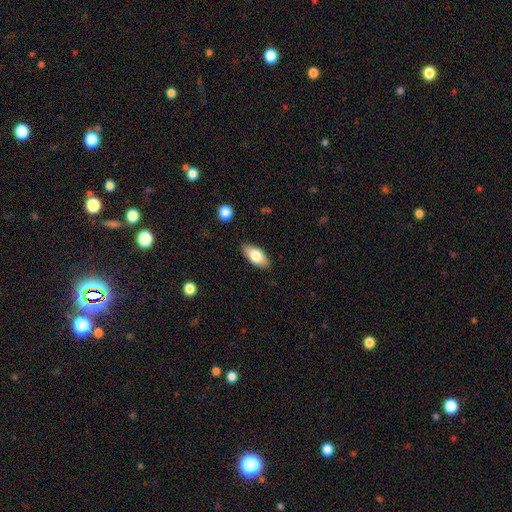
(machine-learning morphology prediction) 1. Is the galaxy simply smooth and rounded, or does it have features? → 75% smooth, 19% featured or disk, 6% star or artifact.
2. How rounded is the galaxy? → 88% in between, 10% cigar-shaped, 3% round.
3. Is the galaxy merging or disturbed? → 86% none, 10% minor disturbance, 2% major disturbance, 1% merger.